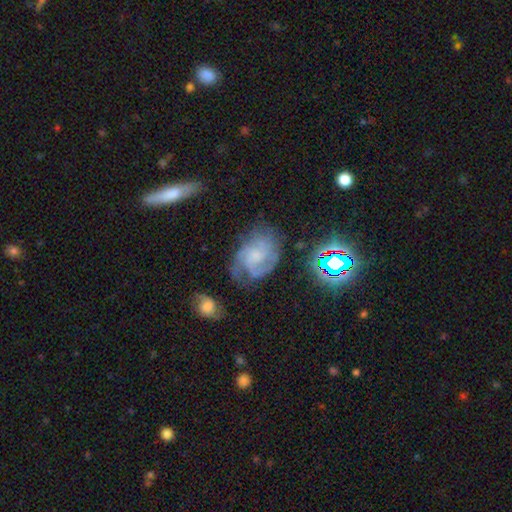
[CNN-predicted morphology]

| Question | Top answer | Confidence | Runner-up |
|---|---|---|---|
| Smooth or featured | featured or disk | 74% | smooth (16%) |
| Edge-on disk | no | 97% | yes (3%) |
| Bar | no | 63% | weak (32%) |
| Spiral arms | yes | 93% | no (7%) |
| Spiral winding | medium | 45% | tight (39%) |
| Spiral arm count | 2 | 33% | 3 (28%) |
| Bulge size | small | 36% | none (30%) |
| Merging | none | 59% | minor disturbance (23%) |